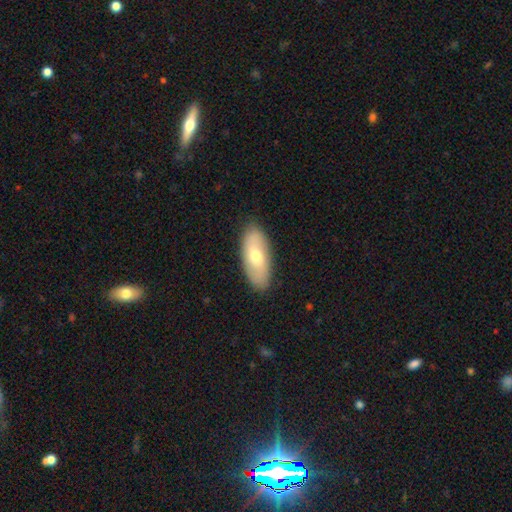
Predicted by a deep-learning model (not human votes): A smooth galaxy with no disk features (61%) that is in between round and cigar-shaped (86%).

Vote fractions:
- Smooth or featured? smooth: 61% / featured or disk: 33% / star or artifact: 6%
- How rounded? in between: 86% / cigar-shaped: 12% / round: 3%
- Merging? none: 86% / minor disturbance: 10% / major disturbance: 2% / merger: 1%